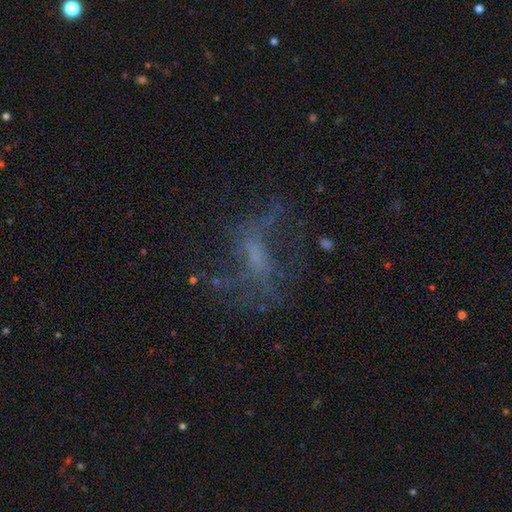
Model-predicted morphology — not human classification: Smooth or featured: featured or disk — 53% (star or artifact — 26%)
Edge-on disk: no — 92% (yes — 8%)
Merging: none — 48% (major disturbance — 32%)